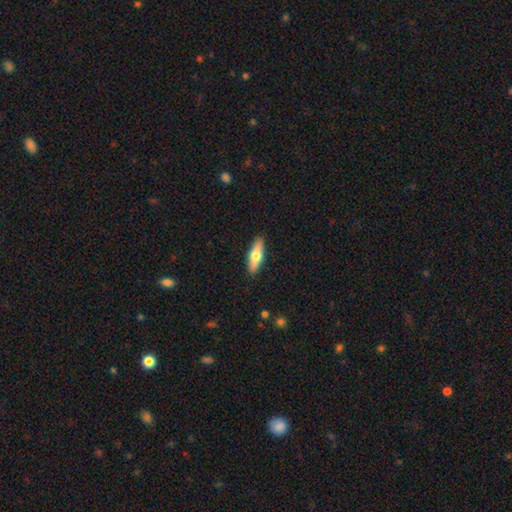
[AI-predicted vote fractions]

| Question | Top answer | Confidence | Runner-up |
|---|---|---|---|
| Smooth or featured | smooth | 59% | featured or disk (36%) |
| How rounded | in between | 50% | cigar-shaped (48%) |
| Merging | none | 90% | minor disturbance (8%) |